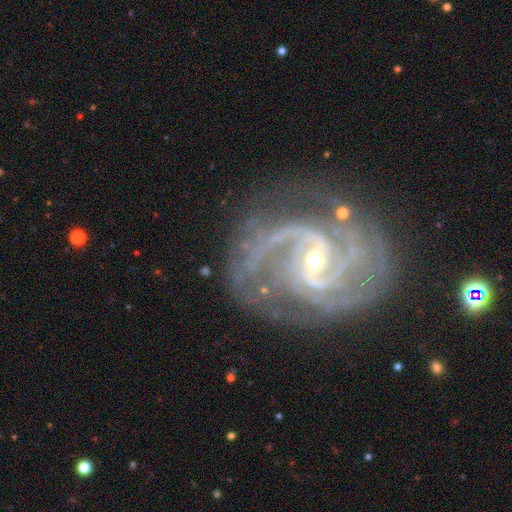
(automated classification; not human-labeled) Smooth or featured? featured or disk (93%)
Edge-on disk? no (98%)
Bar? weak (46%)
Spiral arms? yes (99%)
Spiral winding? medium (52%)
Spiral arm count? 2 (60%)
Bulge size? small (62%)
Merging? none (70%)